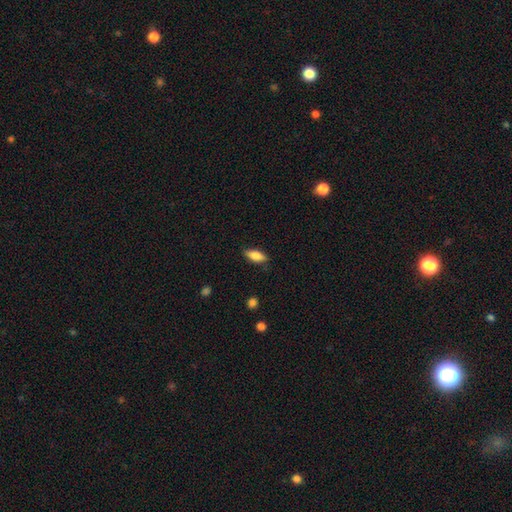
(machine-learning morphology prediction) The model was most divided on "how rounded": in between: 79%, cigar-shaped: 18%, round: 3%. More confident: merging — none (83%); smooth or featured — smooth (78%).